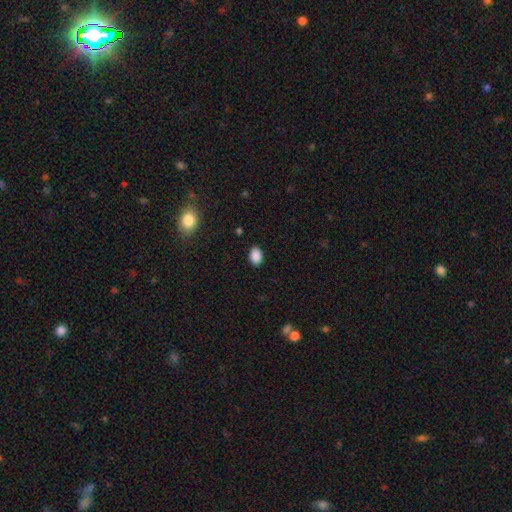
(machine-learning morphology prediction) A smooth galaxy with no disk features (89%) that is in between round and cigar-shaped (81%).

Vote fractions:
- Smooth or featured? smooth: 89% / star or artifact: 8% / featured or disk: 3%
- How rounded? in between: 81% / round: 18% / cigar-shaped: 1%
- Merging? none: 88% / minor disturbance: 9% / major disturbance: 2% / merger: 1%